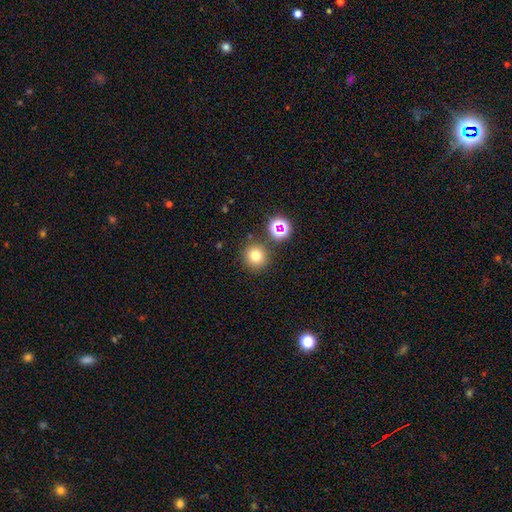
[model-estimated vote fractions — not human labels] Overall: smooth (74%). How rounded: round (93%). Merging: none (83%).